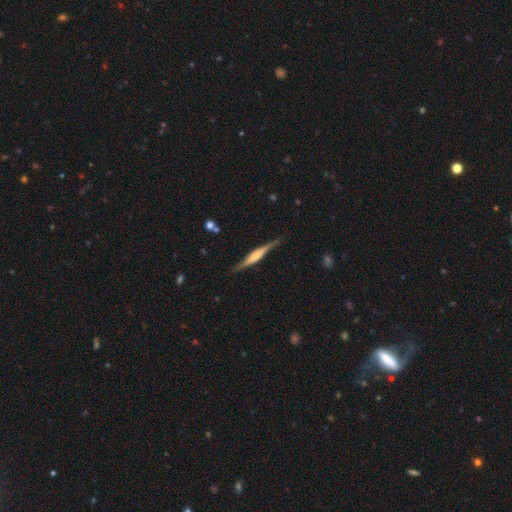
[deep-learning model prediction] Overall: featured or disk (67%). Edge-on disk: yes (96%). Edge-on bulge: rounded (58%; boxy 29%). Merging: none (84%).